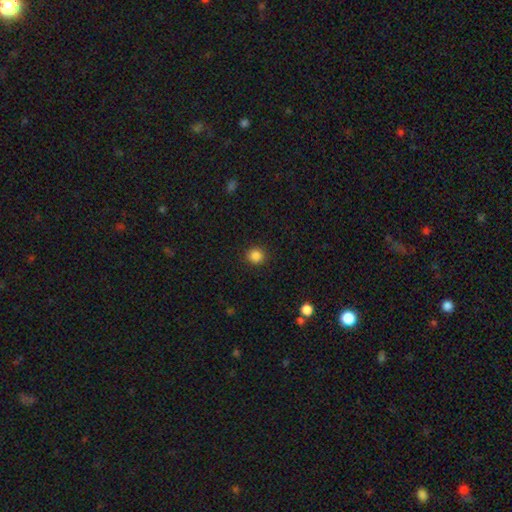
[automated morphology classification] Overall: smooth (86%). How rounded: round (91%). Merging: none (92%).